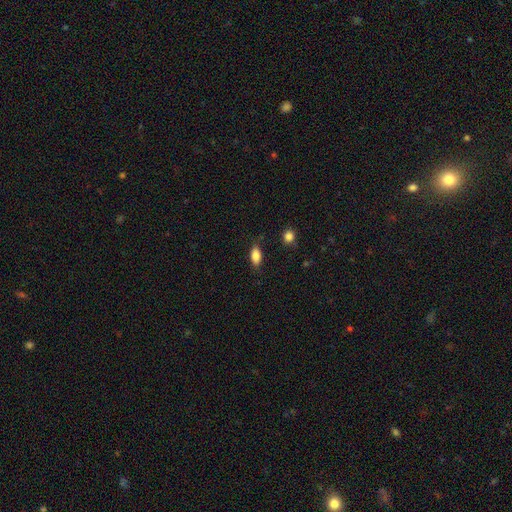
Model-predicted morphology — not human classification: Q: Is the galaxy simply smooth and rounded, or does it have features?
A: smooth — 85%.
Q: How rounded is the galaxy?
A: in between — 88%.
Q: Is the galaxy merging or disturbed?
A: none — 80%.